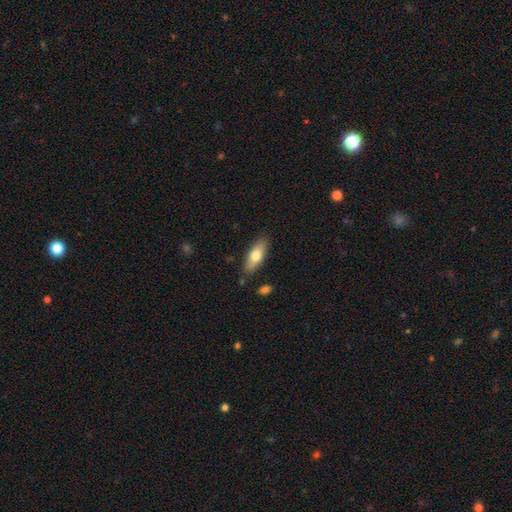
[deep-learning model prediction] This is likely a smooth galaxy (70%). How rounded: likely in between (69%). Merging: clearly none (84%).